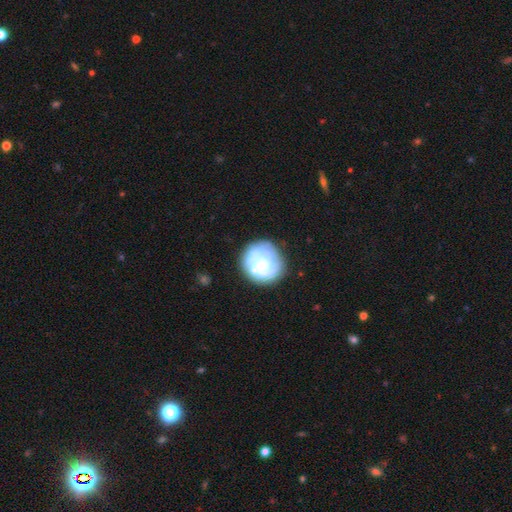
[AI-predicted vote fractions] This is likely a featured or disk galaxy (74%). It is clearly not viewed edge-on (98%). Bar: likely no (72%). Spiral arm pattern: clearly yes (83%). Spiral arm count: marginally 3 (30%, tied with can't tell). Spiral winding: possibly tight (54%). Central bulge: possibly moderate (50%). Merging: likely none (68%).